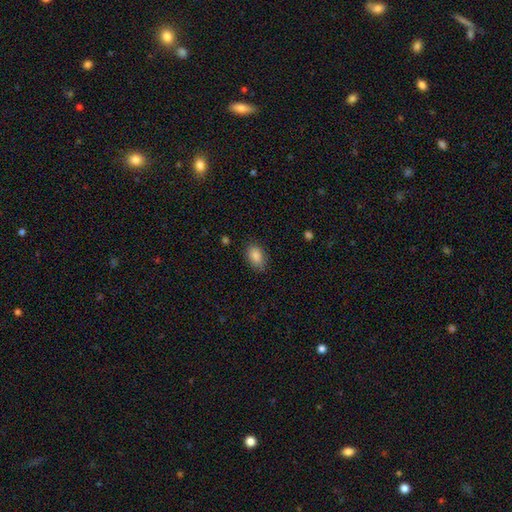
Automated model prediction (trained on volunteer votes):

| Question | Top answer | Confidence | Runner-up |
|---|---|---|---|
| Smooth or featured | smooth | 87% | star or artifact (8%) |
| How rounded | in between | 90% | round (8%) |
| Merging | none | 82% | minor disturbance (14%) |